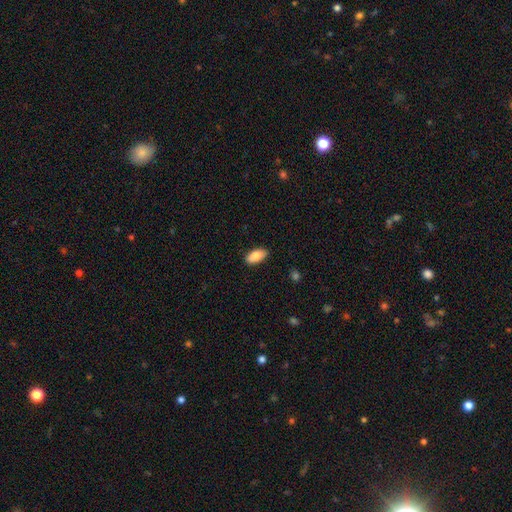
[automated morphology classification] smooth 84%, featured or disk 10%, star or artifact 6%. Down the decision tree: how rounded — in between (91%); merging — none (87%).